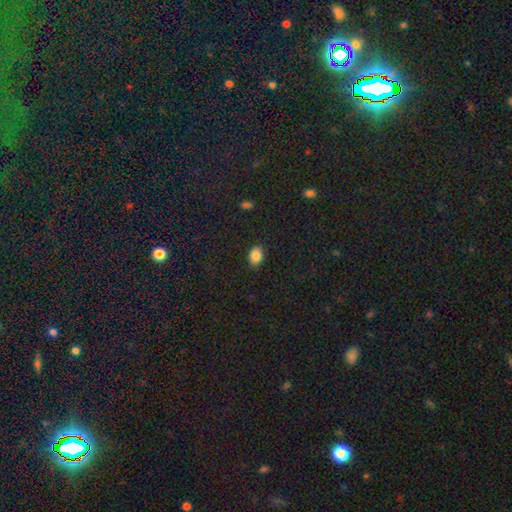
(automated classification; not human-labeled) Smooth or featured? Predicted: smooth (p=0.86). How rounded? Predicted: in between (p=0.77). Merging? Predicted: none (p=0.87).